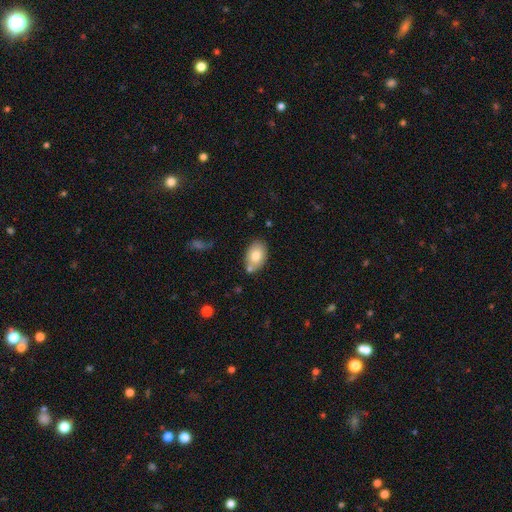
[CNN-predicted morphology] smooth_or_featured: smooth (p=0.79) [alt: featured or disk p=0.14]
how_rounded: in between (p=0.88) [alt: round p=0.11]
merging: none (p=0.71) [alt: minor disturbance p=0.15]